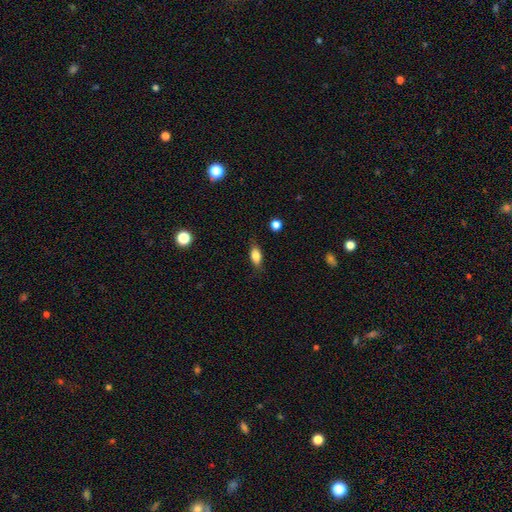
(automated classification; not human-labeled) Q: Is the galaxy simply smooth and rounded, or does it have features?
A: smooth — 83%.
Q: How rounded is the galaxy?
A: in between — 83%.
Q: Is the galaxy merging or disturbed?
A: none — 80%.